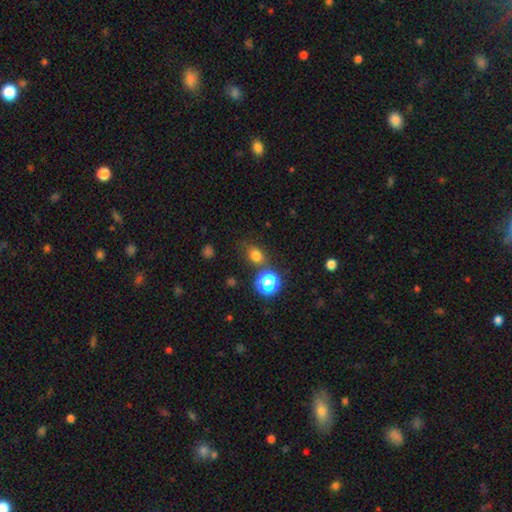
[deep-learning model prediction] Morphology: type=smooth (76%); roundness=round (58%); merging=none (73%).